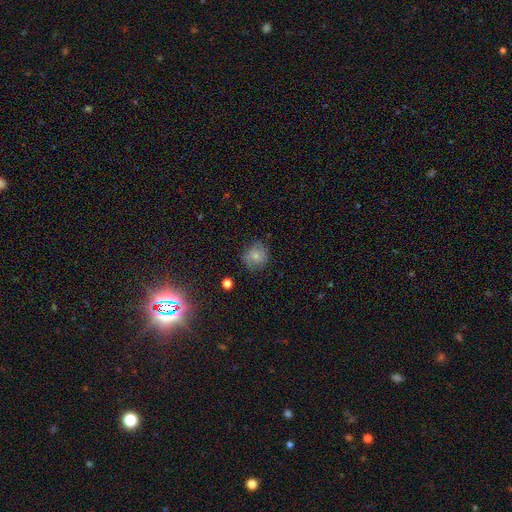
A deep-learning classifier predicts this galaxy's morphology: smooth 68%, featured or disk 21%, star or artifact 11%. Down the decision tree: how rounded — round (82%); merging — none (75%).